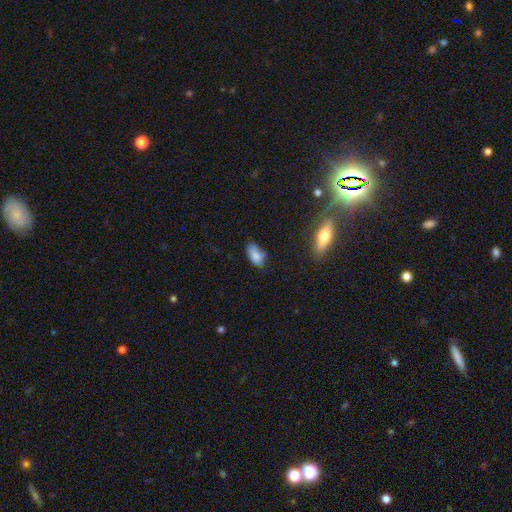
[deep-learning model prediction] Smooth or featured? Predicted: smooth (p=0.81). How rounded? Predicted: in between (p=0.91). Merging? Predicted: none (p=0.56).